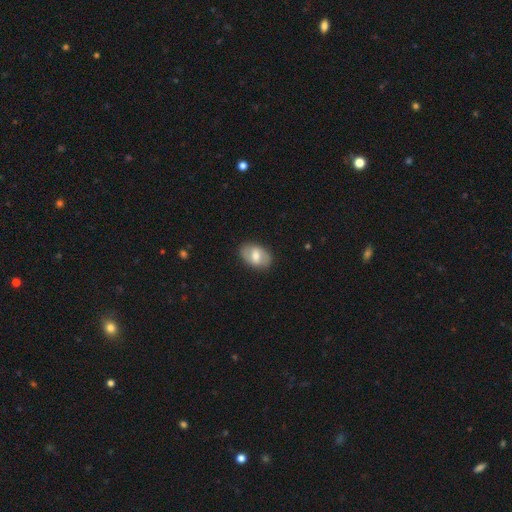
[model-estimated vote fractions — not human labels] smooth 51%, featured or disk 42%, star or artifact 6%. Down the decision tree: how rounded — in between (86%); merging — none (83%).